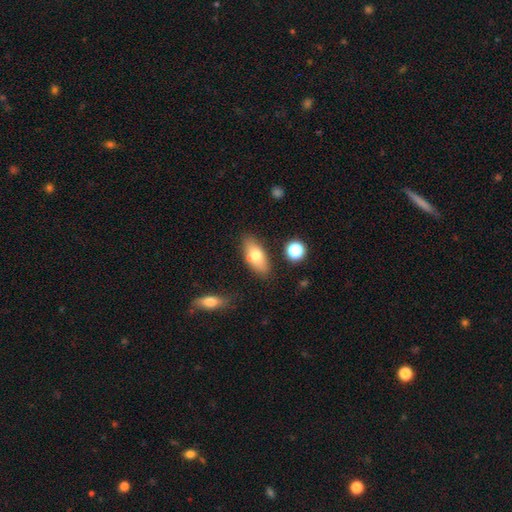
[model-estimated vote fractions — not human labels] A smooth galaxy with no disk features (70%) that is in between round and cigar-shaped (84%). Merging: none (77%).